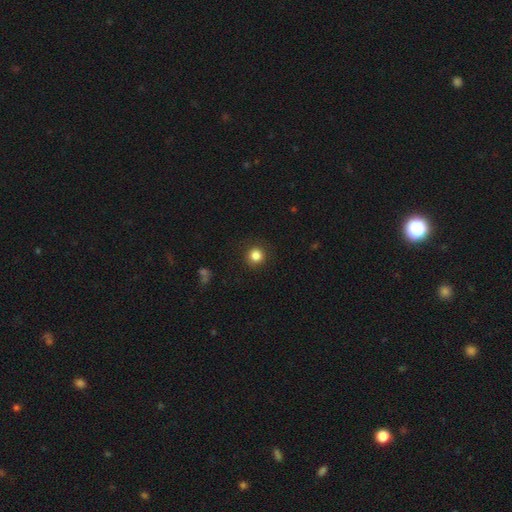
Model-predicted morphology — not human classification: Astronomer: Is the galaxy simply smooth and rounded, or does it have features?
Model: smooth — 84%.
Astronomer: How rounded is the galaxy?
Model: round — 93%.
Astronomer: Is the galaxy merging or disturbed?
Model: none — 90%.